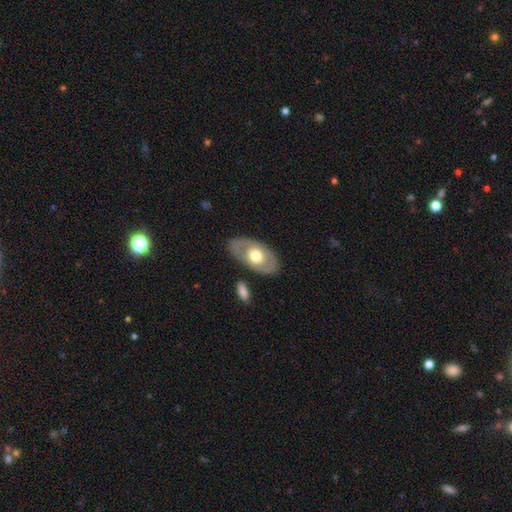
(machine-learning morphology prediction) Smooth or featured? featured or disk (53%)
Edge-on disk? no (87%)
Merging? none (80%)